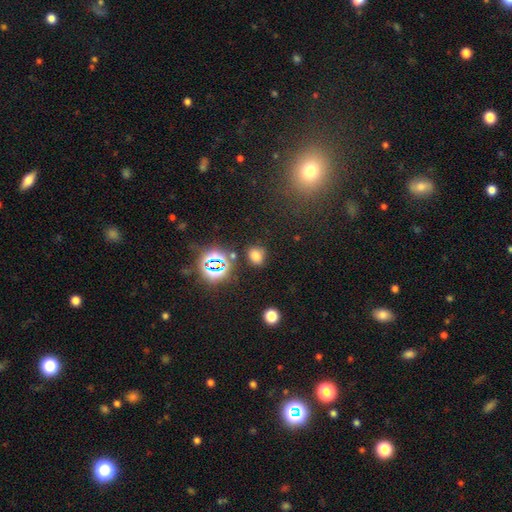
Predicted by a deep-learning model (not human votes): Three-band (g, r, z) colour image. It shows a smooth galaxy with no disk features (69%) that is round (54%). Merging: none (81%).